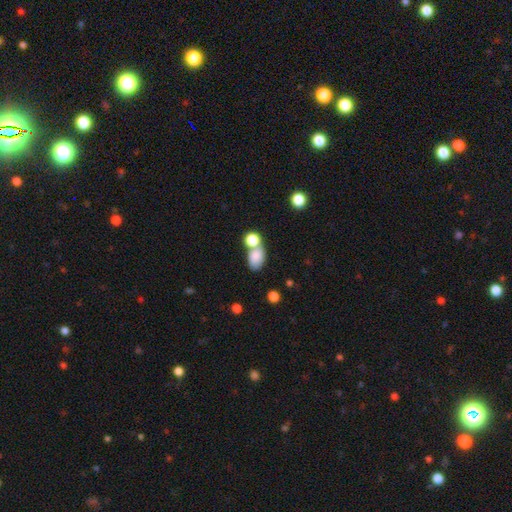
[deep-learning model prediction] The model was most divided on "merging": none: 42%, merger: 40%, minor disturbance: 12%, major disturbance: 5%. More confident: smooth or featured — smooth (83%); how rounded — in between (82%).